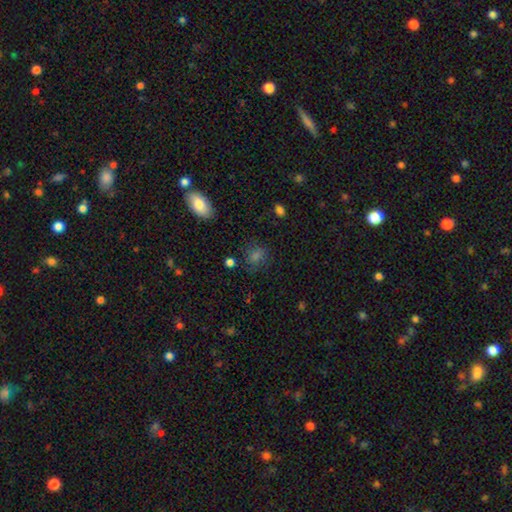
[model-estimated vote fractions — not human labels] smooth_or_featured: smooth (p=0.70) [alt: star or artifact p=0.20]
how_rounded: round (p=0.51) [alt: in between p=0.47]
merging: none (p=0.77) [alt: minor disturbance p=0.15]